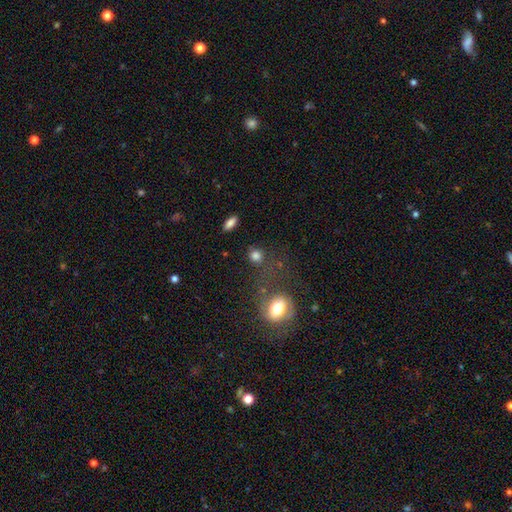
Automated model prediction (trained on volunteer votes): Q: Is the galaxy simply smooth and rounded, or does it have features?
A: smooth — 80%.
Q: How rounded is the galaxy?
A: round — 74%.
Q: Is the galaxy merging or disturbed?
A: none — 68%.